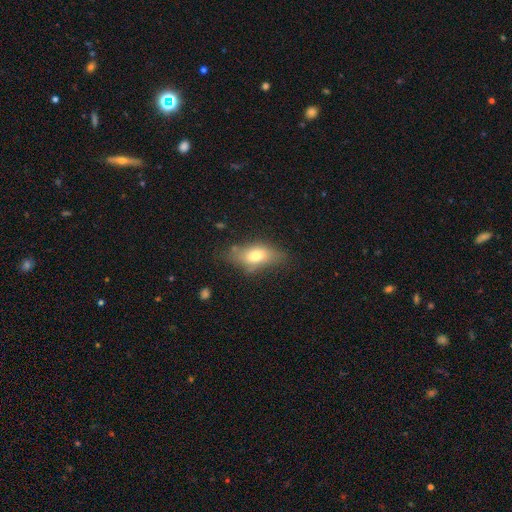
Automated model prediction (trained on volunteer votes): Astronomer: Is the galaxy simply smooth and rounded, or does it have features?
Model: smooth — 70%.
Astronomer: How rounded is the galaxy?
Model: in between — 82%.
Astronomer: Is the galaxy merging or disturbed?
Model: none — 61%.